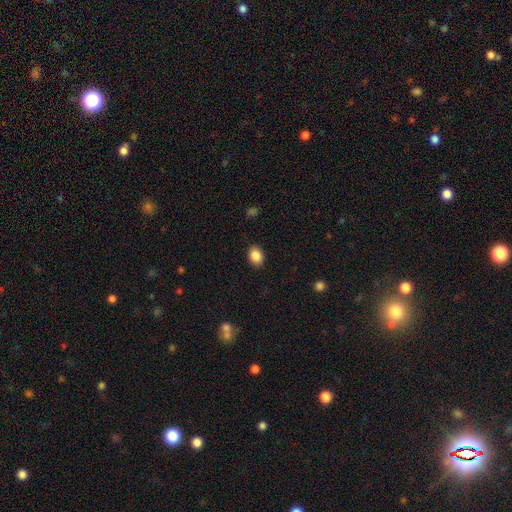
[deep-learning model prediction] The model was most divided on "how rounded": in between: 62%, round: 37%, cigar-shaped: 1%. More confident: merging — none (89%); smooth or featured — smooth (88%).